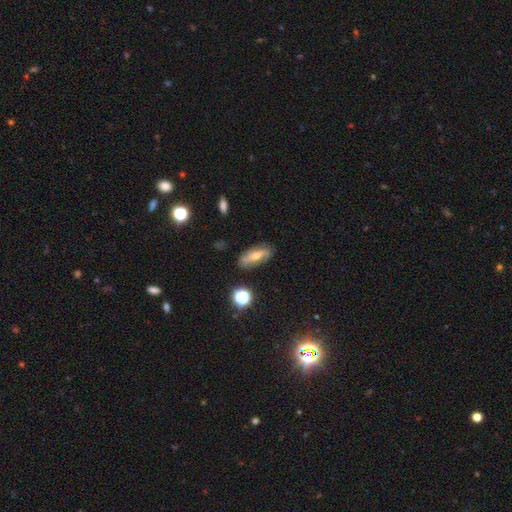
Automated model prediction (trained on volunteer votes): Smooth or featured: featured or disk — 52% (smooth — 37%)
Edge-on disk: no — 74% (yes — 26%)
Merging: none — 80% (minor disturbance — 14%)